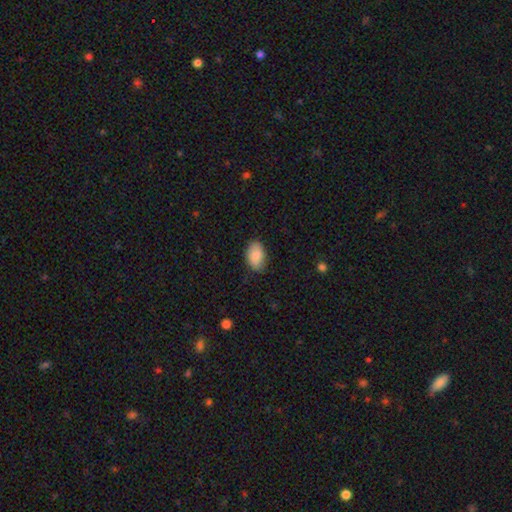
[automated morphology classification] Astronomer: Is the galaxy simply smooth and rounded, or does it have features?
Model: smooth — 83%.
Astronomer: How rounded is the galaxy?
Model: in between — 90%.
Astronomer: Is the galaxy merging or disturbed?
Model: none — 80%.